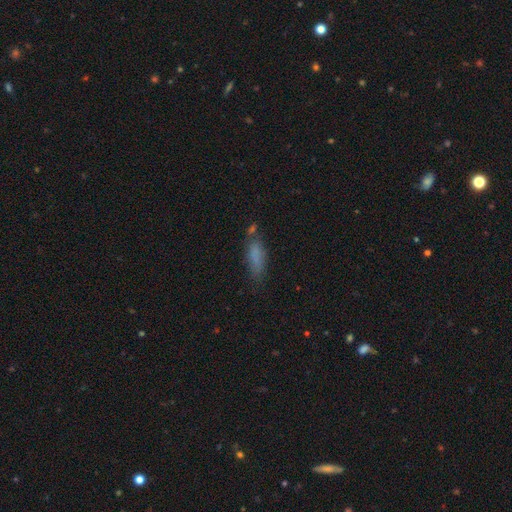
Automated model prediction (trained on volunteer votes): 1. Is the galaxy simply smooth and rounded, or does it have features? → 75% smooth, 14% featured or disk, 11% star or artifact.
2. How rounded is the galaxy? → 51% in between, 47% cigar-shaped, 2% round.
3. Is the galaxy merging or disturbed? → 58% none, 22% minor disturbance, 10% merger, 9% major disturbance.